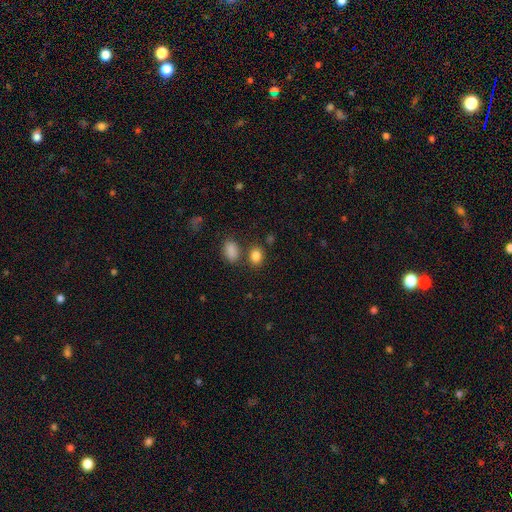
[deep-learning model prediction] A smooth galaxy with no disk features (84%) that is in between round and cigar-shaped (60%).

Vote fractions:
- Smooth or featured? smooth: 84% / star or artifact: 11% / featured or disk: 5%
- How rounded? in between: 60% / round: 39% / cigar-shaped: 1%
- Merging? none: 71% / merger: 14% / minor disturbance: 11% / major disturbance: 4%